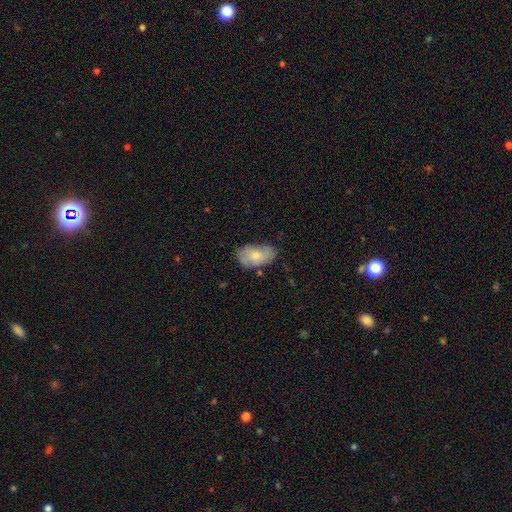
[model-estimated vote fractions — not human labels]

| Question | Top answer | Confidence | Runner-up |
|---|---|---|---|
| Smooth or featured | smooth | 64% | featured or disk (29%) |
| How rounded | in between | 92% | round (6%) |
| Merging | none | 64% | minor disturbance (27%) |